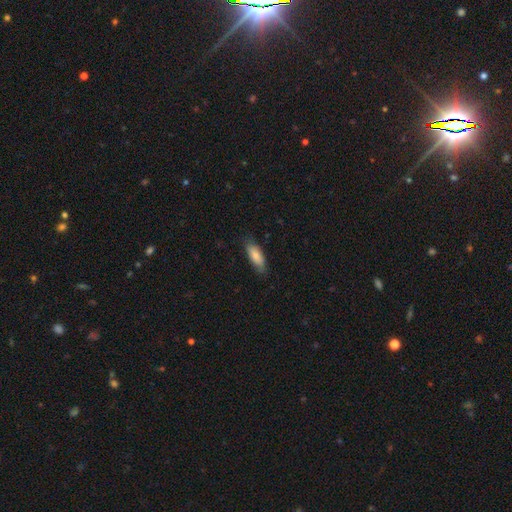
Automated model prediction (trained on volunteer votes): Smooth or featured? Predicted: smooth (p=0.84). How rounded? Predicted: in between (p=0.70). Merging? Predicted: none (p=0.80).